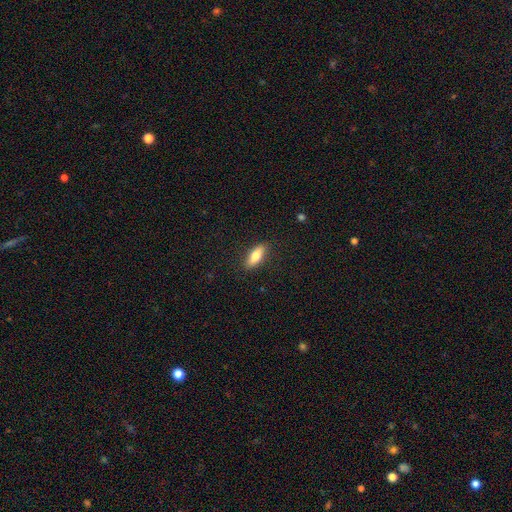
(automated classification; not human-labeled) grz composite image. It shows a smooth galaxy with no disk features (75%) that is in between round and cigar-shaped (66%). Merging: none (87%).